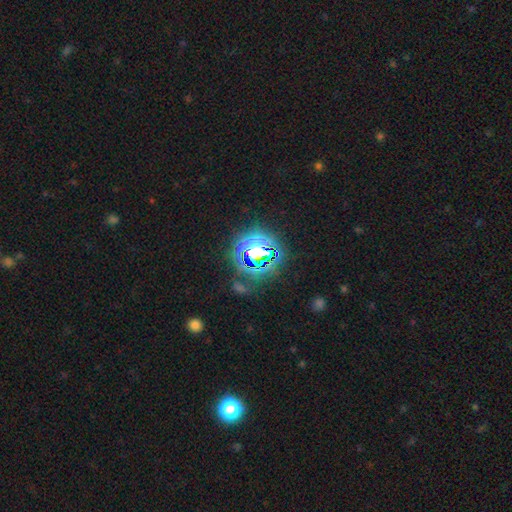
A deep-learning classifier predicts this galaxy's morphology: Smooth or featured?
  - star or artifact: 78% *
  - smooth: 15%
  - featured or disk: 7%